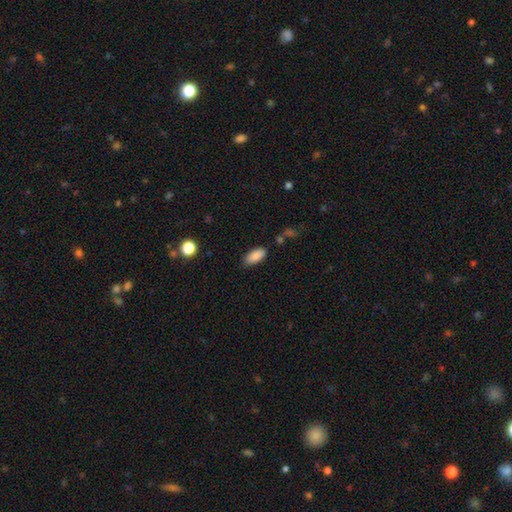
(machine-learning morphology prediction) This is clearly a smooth galaxy (87%). How rounded: clearly in between (89%). Merging: clearly none (81%).